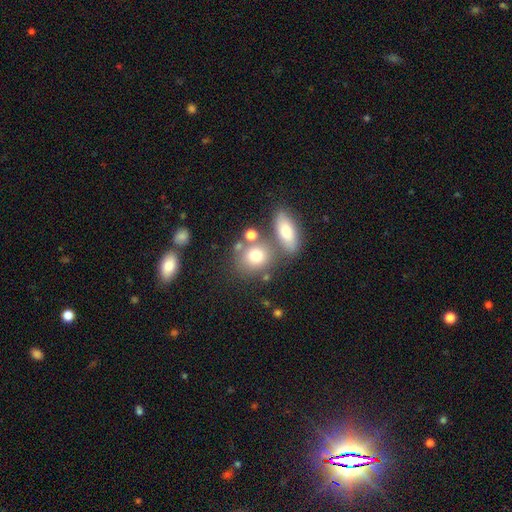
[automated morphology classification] Overall: smooth (74%). How rounded: round (68%; in between 30%). Merging: none (57%; merger 27%).